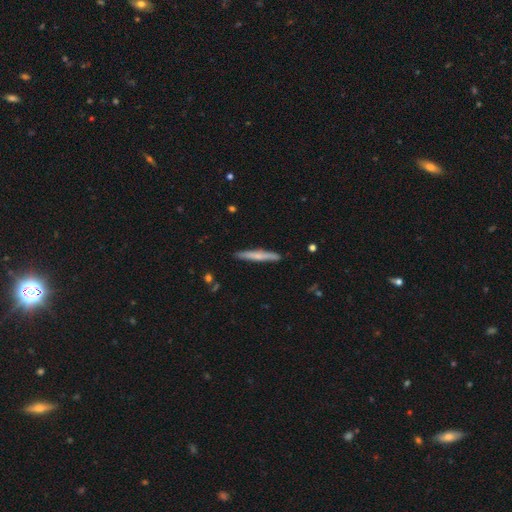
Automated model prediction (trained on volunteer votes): Smooth or featured?
  - smooth: 59% *
  - featured or disk: 36%
  - star or artifact: 5%
How rounded?
  - cigar-shaped: 96% *
  - in between: 3%
  - round: 1%
Merging?
  - none: 89% *
  - minor disturbance: 8%
  - major disturbance: 1%
  - merger: 1%